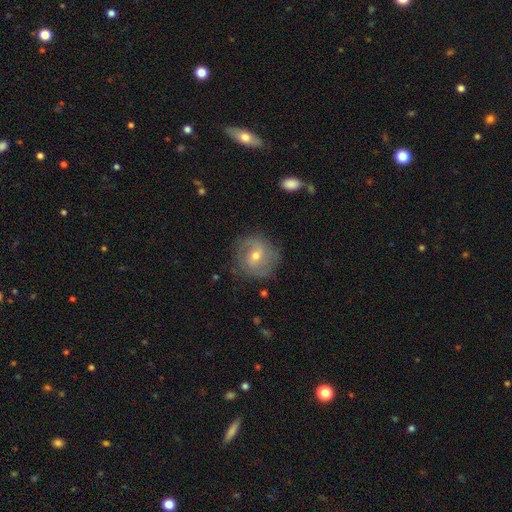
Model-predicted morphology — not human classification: type=featured or disk (58%); edge-on=no (96%); bar=weak (47%); spiral arms=yes (78%); bulge=moderate (55%); merging=none (75%).